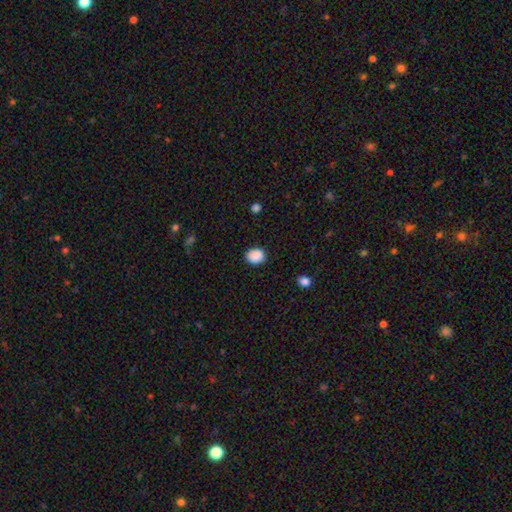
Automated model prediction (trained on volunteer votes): This appears to be a smooth galaxy with no disk features (89%) that is round (57%). Merging: none (87%).